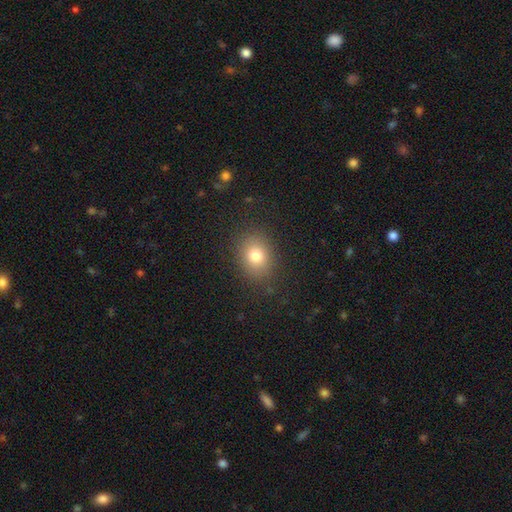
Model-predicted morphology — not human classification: Overall: smooth (78%). How rounded: in between (50%; round 49%). Merging: none (85%).